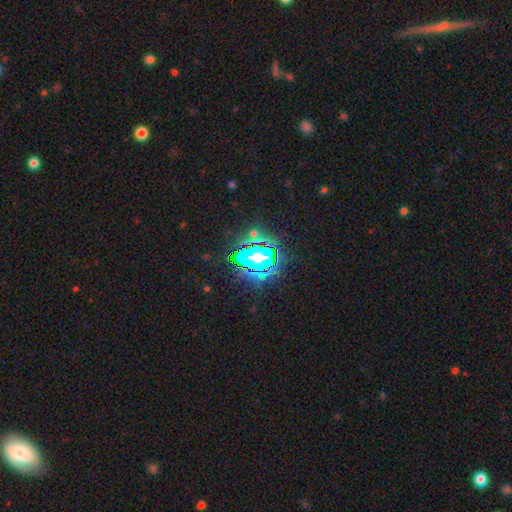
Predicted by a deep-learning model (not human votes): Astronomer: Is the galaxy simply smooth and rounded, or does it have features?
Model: star or artifact — 65%.